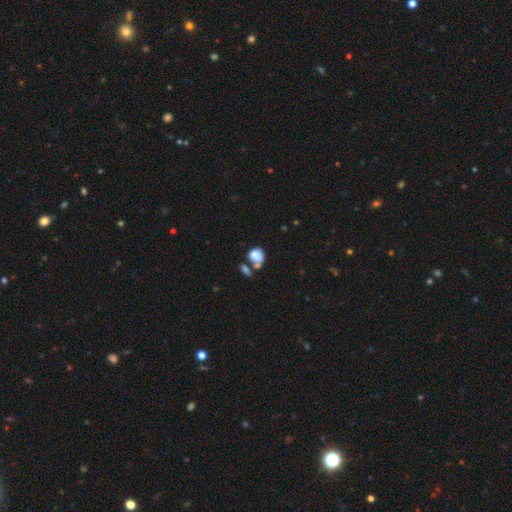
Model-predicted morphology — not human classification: smooth_or_featured: smooth (p=0.74) [alt: featured or disk p=0.17]
how_rounded: round (p=0.59) [alt: in between p=0.39]
merging: merger (p=0.44) [alt: none p=0.31]